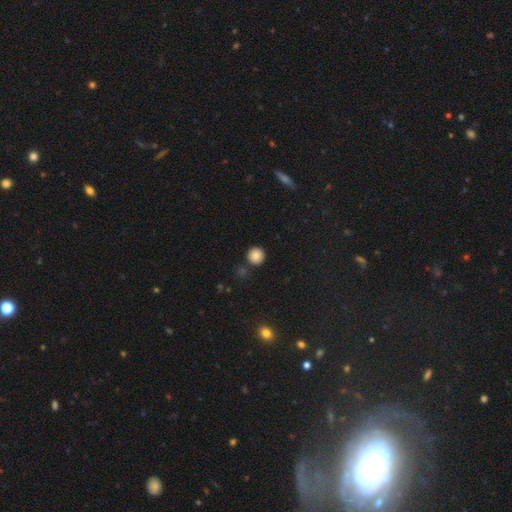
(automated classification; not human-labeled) smooth-or-featured: smooth: 85% | star or artifact: 10% | featured or disk: 5%
  how-rounded: round: 94% | in between: 5% | cigar-shaped: 1%
  merging: none: 87% | minor disturbance: 7% | merger: 5% | major disturbance: 2%